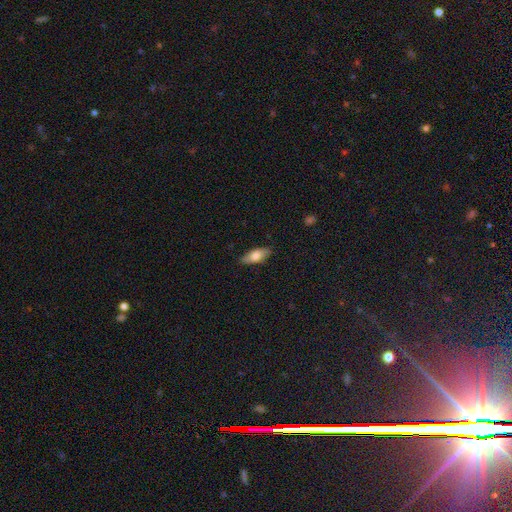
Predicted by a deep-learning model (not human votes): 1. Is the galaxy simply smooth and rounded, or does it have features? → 70% smooth, 23% featured or disk, 6% star or artifact.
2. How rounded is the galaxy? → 72% in between, 25% cigar-shaped, 3% round.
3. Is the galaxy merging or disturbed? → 84% none, 12% minor disturbance, 2% major disturbance, 1% merger.